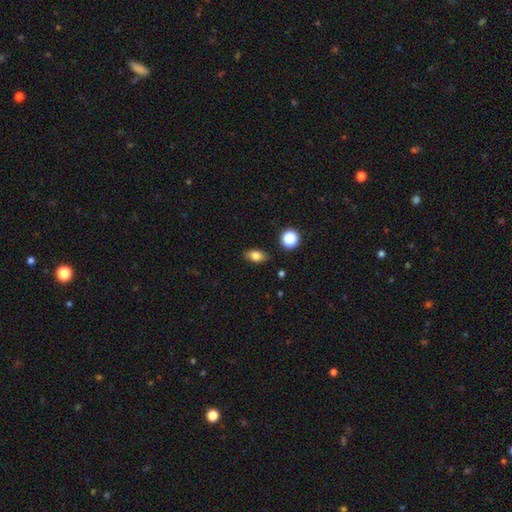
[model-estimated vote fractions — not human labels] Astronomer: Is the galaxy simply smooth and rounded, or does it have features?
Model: smooth — 80%.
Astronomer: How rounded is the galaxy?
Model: in between — 84%.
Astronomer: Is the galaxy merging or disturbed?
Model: none — 86%.